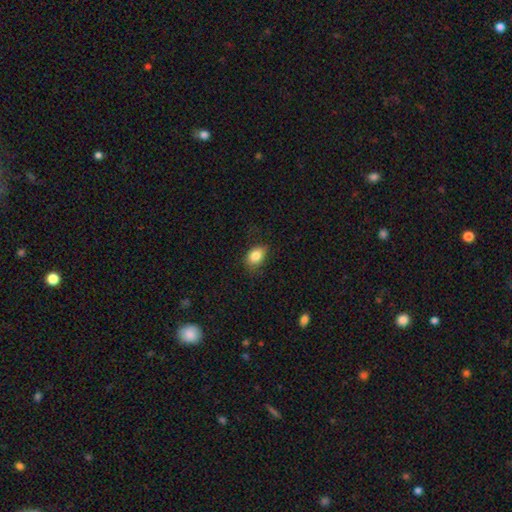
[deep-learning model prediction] Smooth or featured: smooth — 84% (star or artifact — 9%)
How rounded: in between — 77% (round — 21%)
Merging: none — 69% (minor disturbance — 23%)